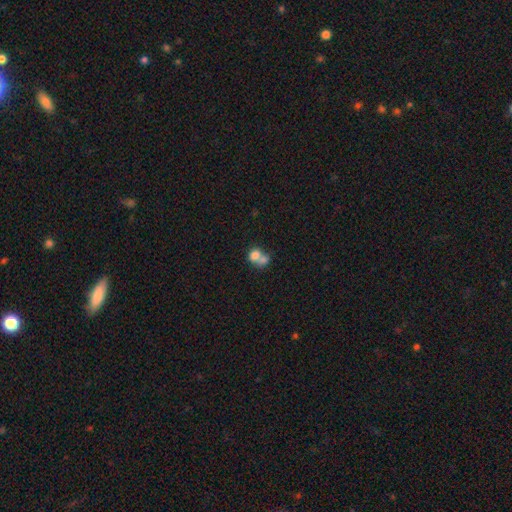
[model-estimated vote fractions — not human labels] smooth_or_featured: smooth (p=0.75) [alt: featured or disk p=0.15]
how_rounded: round (p=0.59) [alt: in between p=0.40]
merging: merger (p=0.66) [alt: none p=0.23]